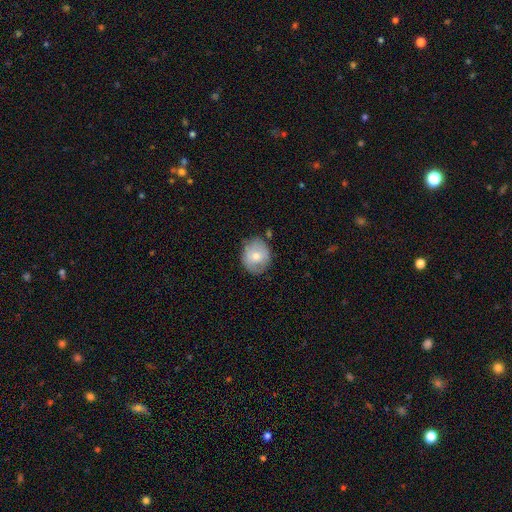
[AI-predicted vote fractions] Morphology: type=smooth (68%); roundness=round (70%); merging=none (71%).